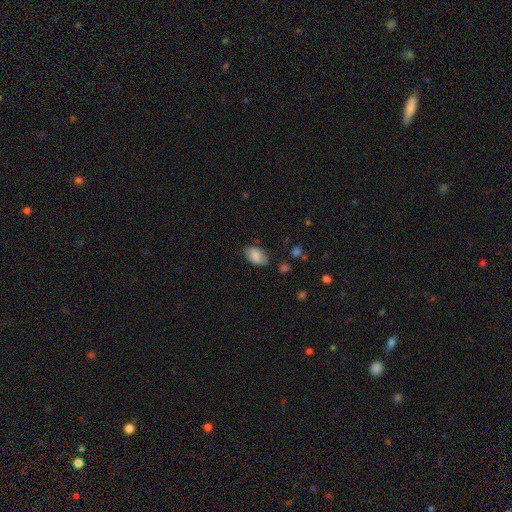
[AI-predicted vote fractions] A smooth galaxy with no disk features (84%) that is in between round and cigar-shaped (91%). Merging: none (70%).